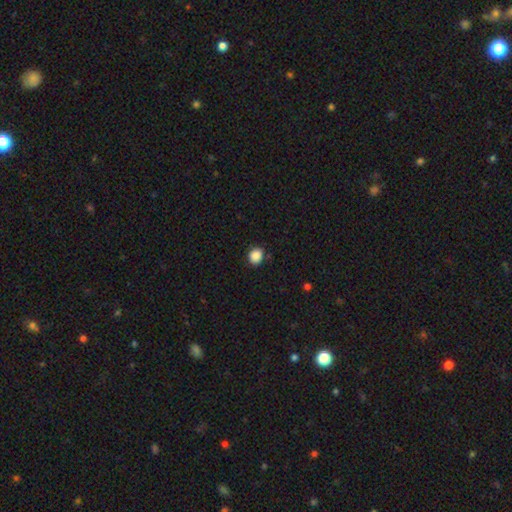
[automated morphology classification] This is clearly a smooth galaxy (87%). How rounded: likely round (71%). Merging: clearly none (85%).